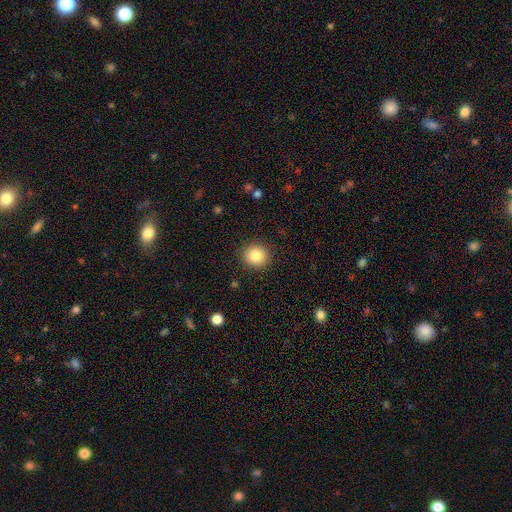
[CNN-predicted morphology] The model was most divided on "smooth or featured": smooth: 84%, star or artifact: 9%, featured or disk: 6%. More confident: how rounded — round (91%); merging — none (91%).